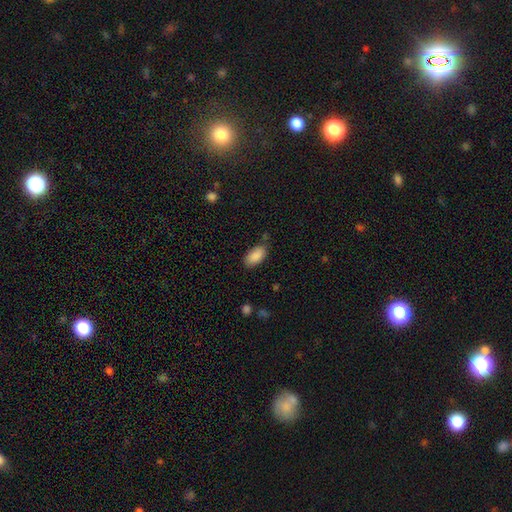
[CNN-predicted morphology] Smooth or featured?
  - smooth: 89% *
  - star or artifact: 7%
  - featured or disk: 4%
How rounded?
  - in between: 94% *
  - cigar-shaped: 3%
  - round: 3%
Merging?
  - none: 79% *
  - minor disturbance: 15%
  - major disturbance: 3%
  - merger: 3%